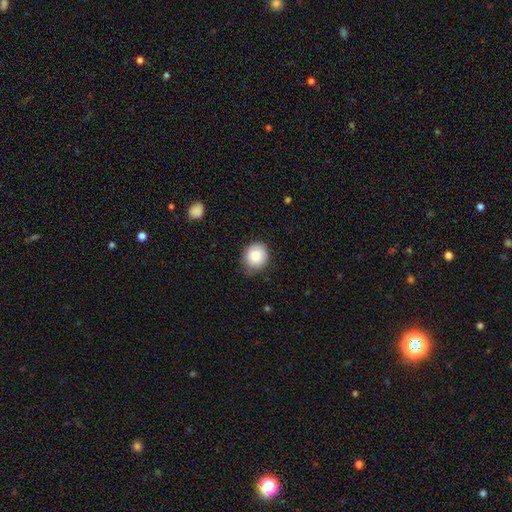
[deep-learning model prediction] smooth_or_featured: smooth (p=0.85) [alt: star or artifact p=0.07]
how_rounded: round (p=0.75) [alt: in between p=0.24]
merging: none (p=0.72) [alt: minor disturbance p=0.23]